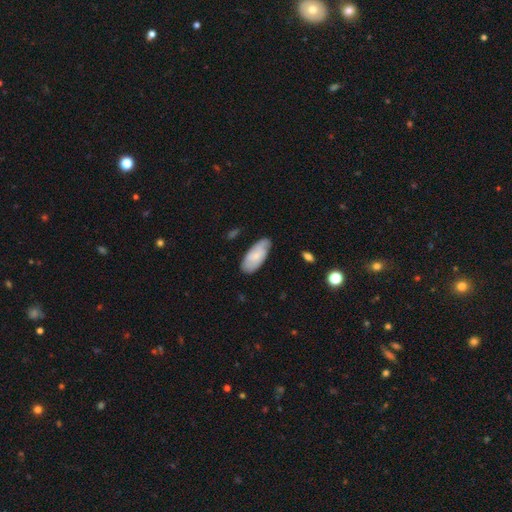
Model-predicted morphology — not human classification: A smooth galaxy with no disk features (66%) that is in between round and cigar-shaped (88%). Merging: none (70%).